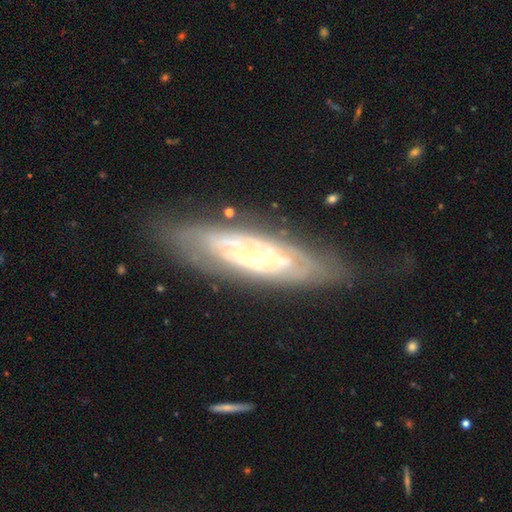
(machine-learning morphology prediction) Smooth or featured? Predicted: featured or disk (p=0.79). Edge-on disk? Predicted: no (p=0.79). Bar? Predicted: no (p=0.70). Spiral arms? Predicted: yes (p=0.76). Bulge size? Predicted: small (p=0.76). Merging? Predicted: none (p=0.75).